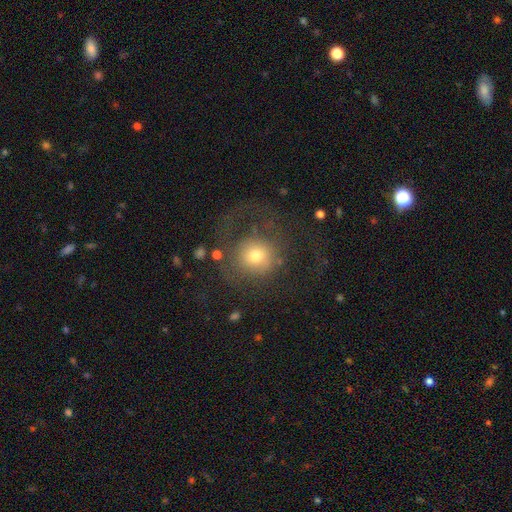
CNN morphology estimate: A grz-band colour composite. It shows a smooth galaxy with no disk features (62%) that is round (88%). Merging: none (45%).